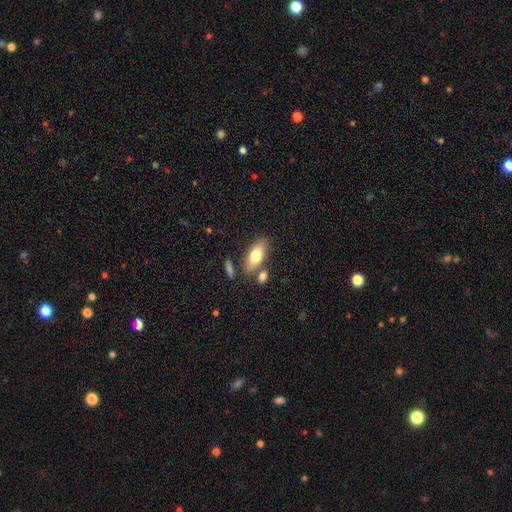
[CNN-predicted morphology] The model was most divided on "smooth or featured": smooth: 74%, featured or disk: 20%, star or artifact: 6%. More confident: how rounded — in between (79%); merging — none (72%).